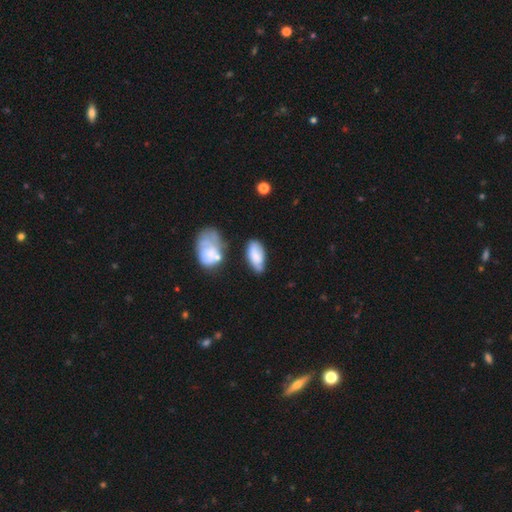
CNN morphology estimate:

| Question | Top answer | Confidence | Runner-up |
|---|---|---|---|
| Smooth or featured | smooth | 71% | featured or disk (21%) |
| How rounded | in between | 90% | cigar-shaped (7%) |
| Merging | none | 49% | minor disturbance (30%) |